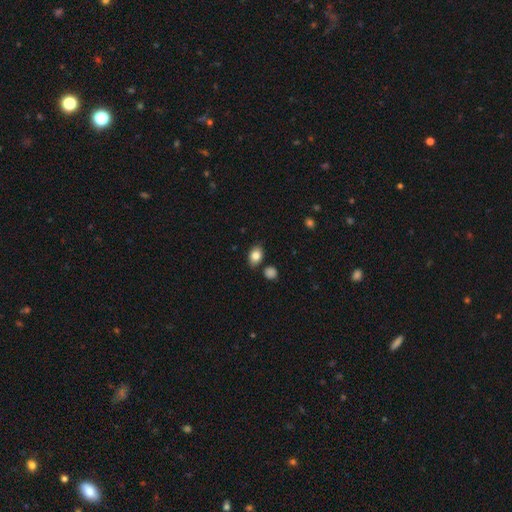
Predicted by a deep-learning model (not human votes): This is clearly a smooth galaxy (83%). How rounded: likely in between (78%). Merging: likely none (80%).